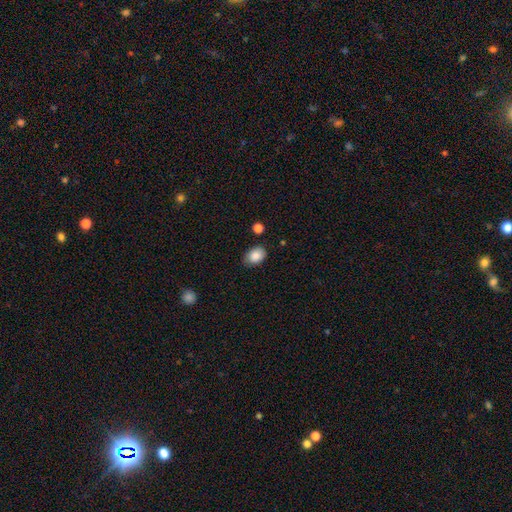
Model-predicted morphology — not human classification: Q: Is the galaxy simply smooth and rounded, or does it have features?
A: smooth — 86%.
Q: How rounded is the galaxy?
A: in between — 80%.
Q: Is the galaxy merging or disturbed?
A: none — 77%.